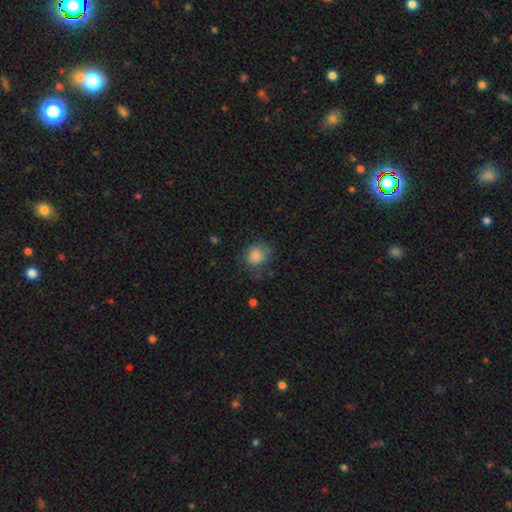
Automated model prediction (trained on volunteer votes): Morphology: type=smooth (83%); roundness=round (63%); merging=none (63%).